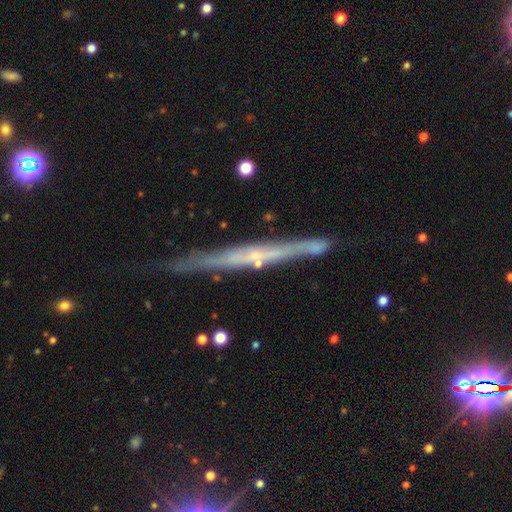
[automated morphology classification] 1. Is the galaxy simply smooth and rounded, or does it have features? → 70% featured or disk, 22% smooth, 7% star or artifact.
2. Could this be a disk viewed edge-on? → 96% yes, 4% no.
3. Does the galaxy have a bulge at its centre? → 67% none, 25% rounded, 8% boxy.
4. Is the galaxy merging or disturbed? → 78% none, 16% minor disturbance, 3% major disturbance, 3% merger.